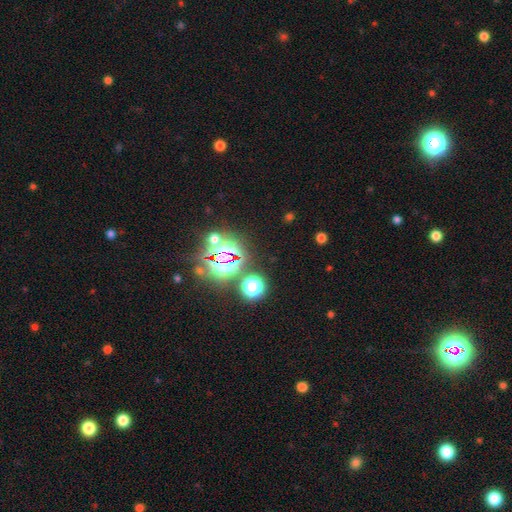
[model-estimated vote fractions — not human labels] Q: Smooth or featured?
A: star or artifact (80%); runner-up: smooth (14%)